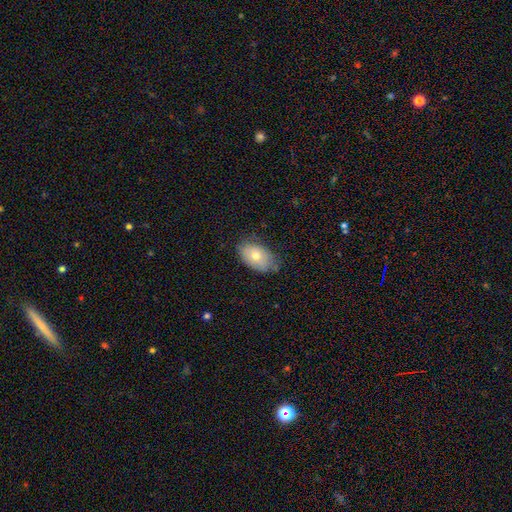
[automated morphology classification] smooth 72%, featured or disk 20%, star or artifact 8%. Down the decision tree: how rounded — in between (88%); merging — none (68%).